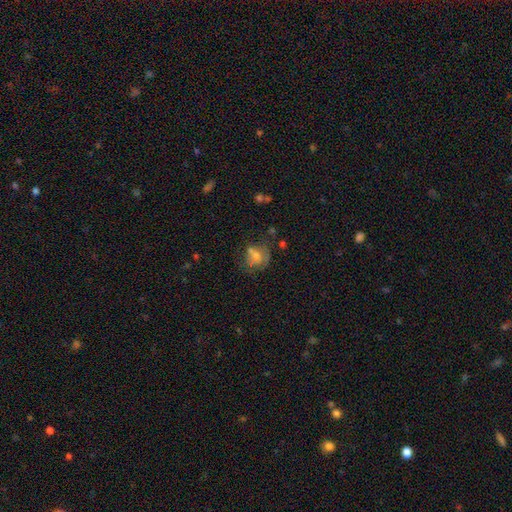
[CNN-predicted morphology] smooth 59%, featured or disk 28%, star or artifact 13%. Down the decision tree: how rounded — round (61%); merging — none (43%).